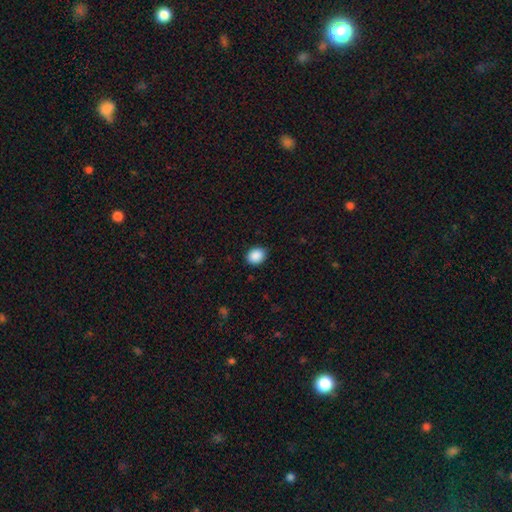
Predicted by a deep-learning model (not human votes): This appears to be a smooth galaxy with no disk features (89%) that is round (55%). Merging: none (87%).